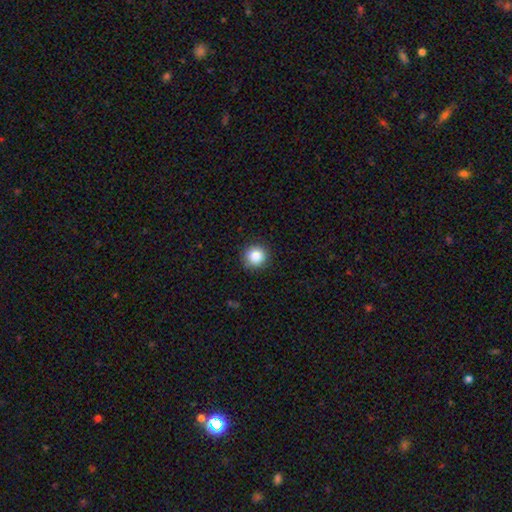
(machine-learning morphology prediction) Smooth or featured?
  - smooth: 84% *
  - star or artifact: 10%
  - featured or disk: 6%
How rounded?
  - round: 94% *
  - in between: 5%
  - cigar-shaped: 1%
Merging?
  - none: 91% *
  - minor disturbance: 6%
  - major disturbance: 2%
  - merger: 1%